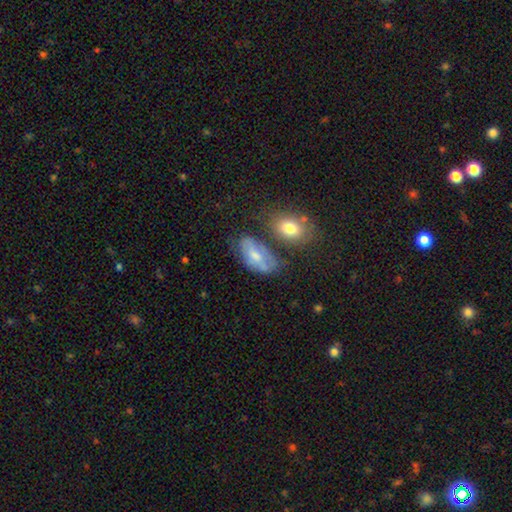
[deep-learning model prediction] smooth_or_featured: smooth (p=0.51) [alt: featured or disk p=0.40]
how_rounded: in between (p=0.90) [alt: round p=0.05]
merging: none (p=0.44) [alt: minor disturbance p=0.26]